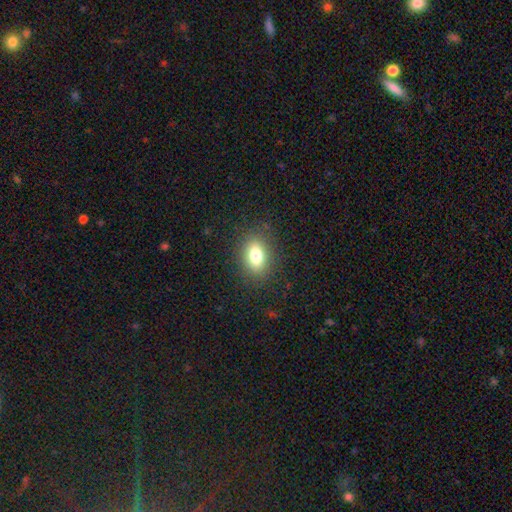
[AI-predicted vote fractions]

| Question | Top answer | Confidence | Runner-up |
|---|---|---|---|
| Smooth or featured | smooth | 79% | featured or disk (11%) |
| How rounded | in between | 81% | round (16%) |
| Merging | none | 86% | minor disturbance (10%) |